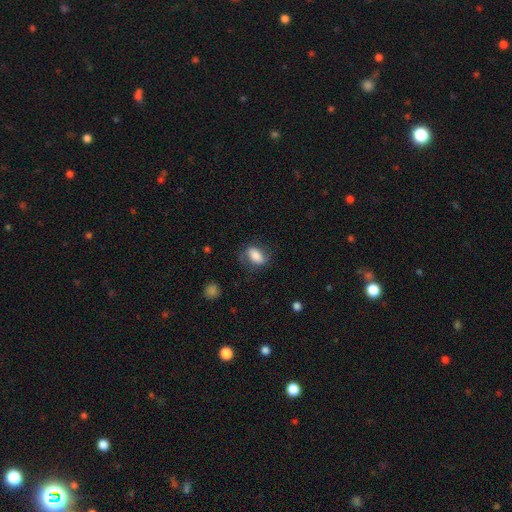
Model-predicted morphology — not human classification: Q: Smooth or featured?
A: smooth (72%); runner-up: featured or disk (20%)
Q: How rounded?
A: in between (86%); runner-up: round (10%)
Q: Merging?
A: none (64%); runner-up: minor disturbance (23%)